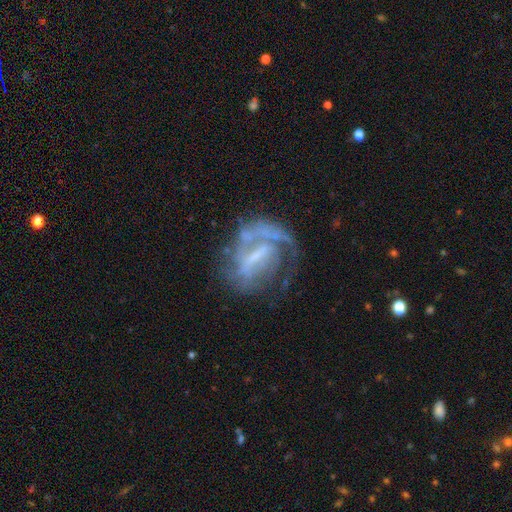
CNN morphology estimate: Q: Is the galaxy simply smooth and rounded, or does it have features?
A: featured or disk — 77%.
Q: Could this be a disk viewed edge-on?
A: no — 96%.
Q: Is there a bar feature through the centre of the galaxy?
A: strong — 41%.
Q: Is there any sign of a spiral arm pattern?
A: yes — 74%.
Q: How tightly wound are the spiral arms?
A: tight — 41%.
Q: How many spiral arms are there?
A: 1 — 37%.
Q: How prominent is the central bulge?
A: small — 40%.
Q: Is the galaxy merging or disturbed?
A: none — 46%.